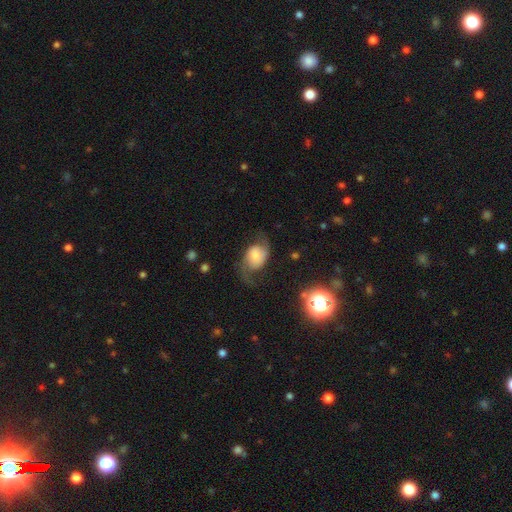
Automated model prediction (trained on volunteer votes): The model was most divided on "bulge size": small: 28%, moderate: 23%, large: 21%, dominant: 15%, none: 14%. More confident: edge-on disk — no (97%); spiral arms — yes (93%); spiral arm count — 2 (91%); smooth or featured — featured or disk (66%); spiral winding — loose (63%); bar — no (63%); merging — none (60%).